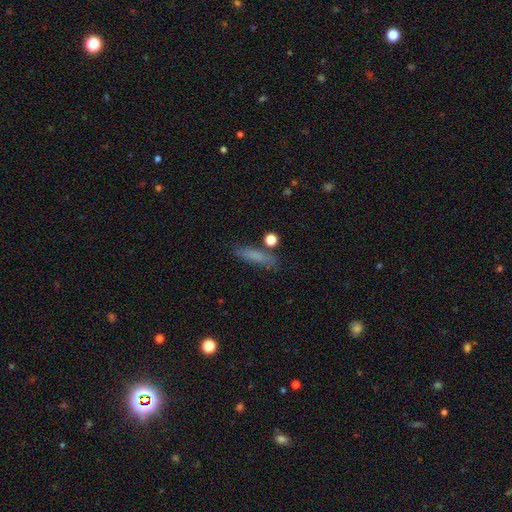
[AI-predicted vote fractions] Overall: smooth (75%). How rounded: cigar-shaped (78%). Merging: none (77%).